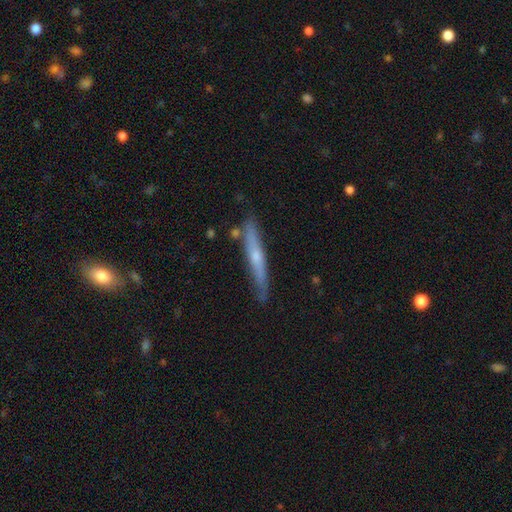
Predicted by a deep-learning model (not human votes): Morphology: type=featured or disk (59%); edge-on=yes (94%); edge-on bulge=rounded (65%); merging=none (82%).